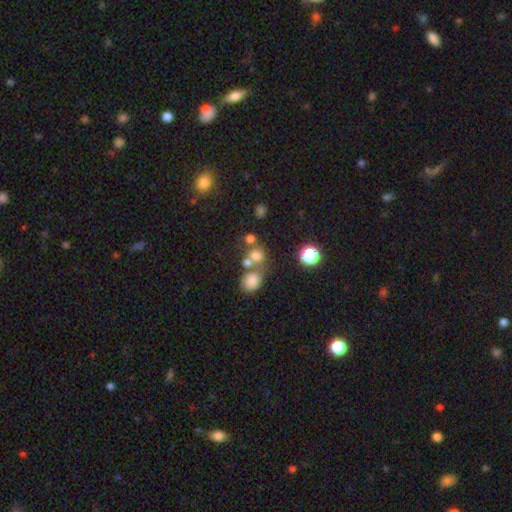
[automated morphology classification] The model was most divided on "merging": none: 45%, merger: 41%, minor disturbance: 9%, major disturbance: 5%. More confident: how rounded — round (78%); smooth or featured — smooth (69%).